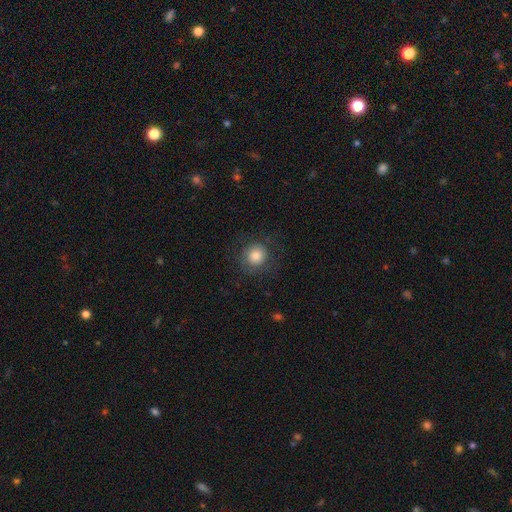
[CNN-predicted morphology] A smooth galaxy with no disk features (81%) that is round (91%). Merging: none (80%).